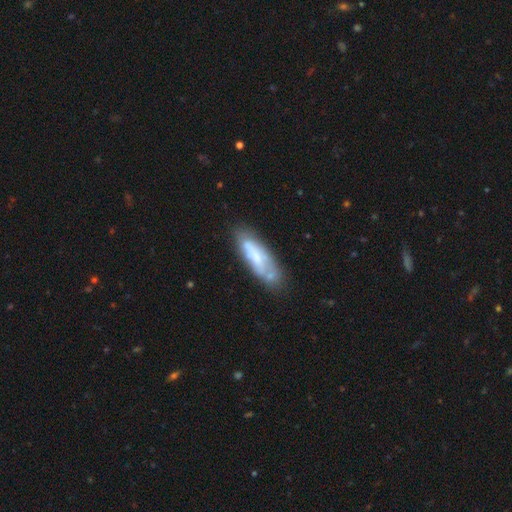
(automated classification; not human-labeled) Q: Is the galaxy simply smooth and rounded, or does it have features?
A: smooth — 53%.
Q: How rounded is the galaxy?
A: cigar-shaped — 53%.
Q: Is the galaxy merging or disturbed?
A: none — 59%.